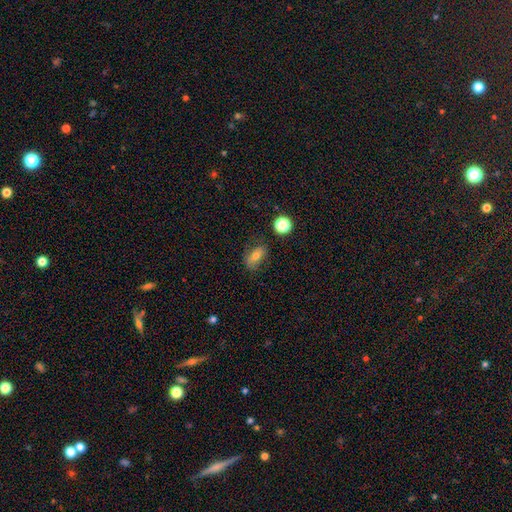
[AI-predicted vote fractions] smooth-or-featured: smooth: 64% | featured or disk: 23% | star or artifact: 12%
  how-rounded: in between: 79% | round: 15% | cigar-shaped: 6%
  merging: none: 72% | minor disturbance: 19% | major disturbance: 7% | merger: 3%